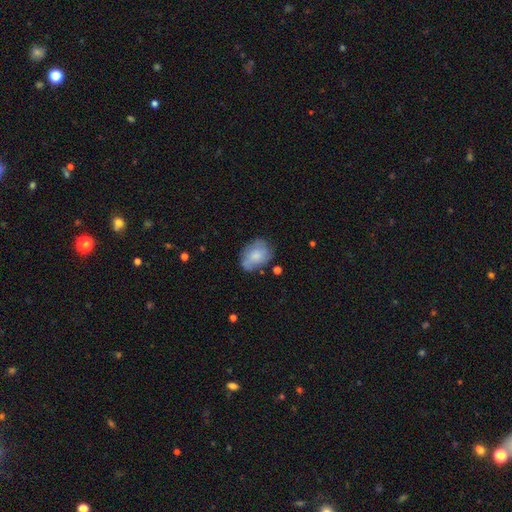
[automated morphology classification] smooth_or_featured: smooth (p=0.69) [alt: featured or disk p=0.23]
how_rounded: in between (p=0.73) [alt: round p=0.26]
merging: none (p=0.57) [alt: minor disturbance p=0.29]